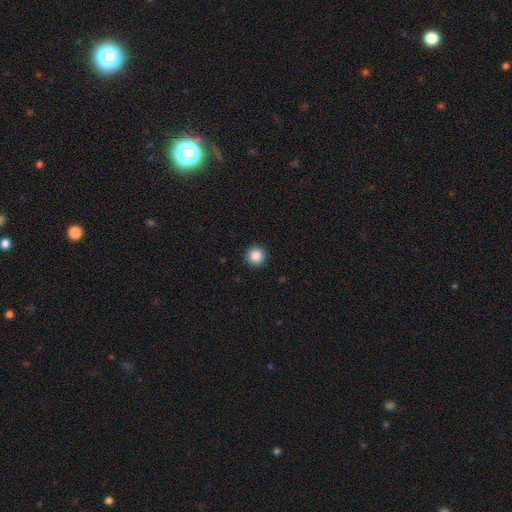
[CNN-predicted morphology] The model was most divided on "smooth or featured": smooth: 87%, star or artifact: 10%, featured or disk: 3%. More confident: how rounded — round (96%); merging — none (93%).